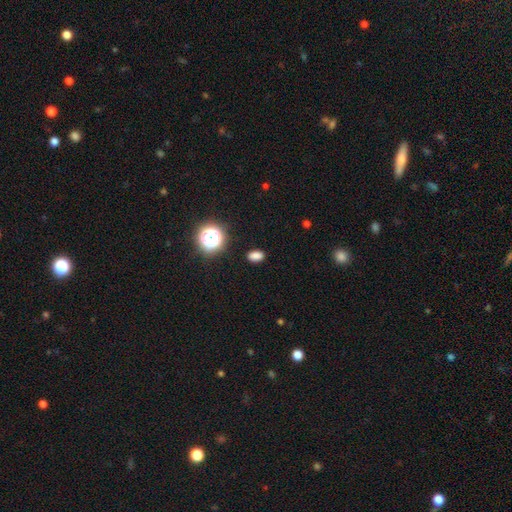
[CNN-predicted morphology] A smooth galaxy with no disk features (79%) that is in between round and cigar-shaped (81%). Merging: none (88%).